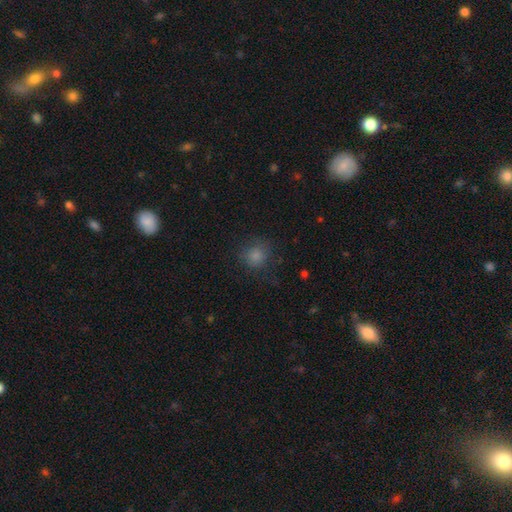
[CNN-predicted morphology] The model was most divided on "merging": none: 74%, minor disturbance: 15%, major disturbance: 9%, merger: 1%. More confident: how rounded — round (86%); smooth or featured — smooth (81%).